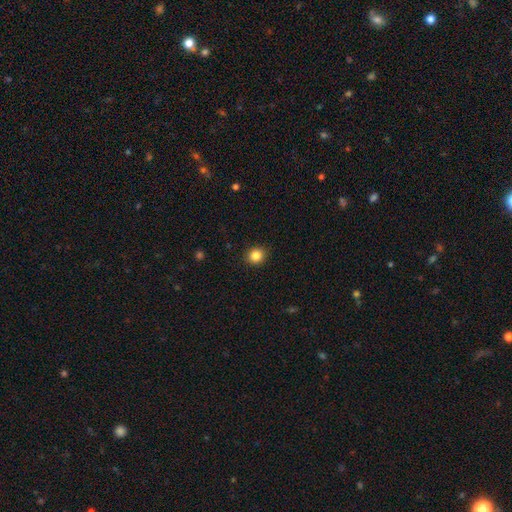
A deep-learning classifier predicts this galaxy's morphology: Smooth or featured? Predicted: smooth (p=0.85). How rounded? Predicted: round (p=0.86). Merging? Predicted: none (p=0.91).